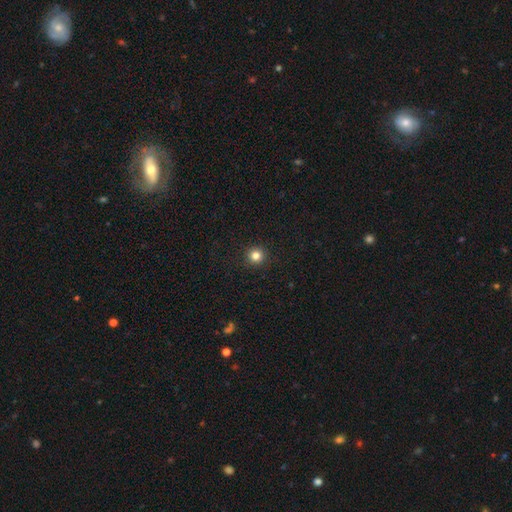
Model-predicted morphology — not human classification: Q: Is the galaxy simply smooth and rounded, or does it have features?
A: smooth — 82%.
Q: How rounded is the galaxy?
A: round — 95%.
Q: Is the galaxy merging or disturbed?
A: none — 93%.